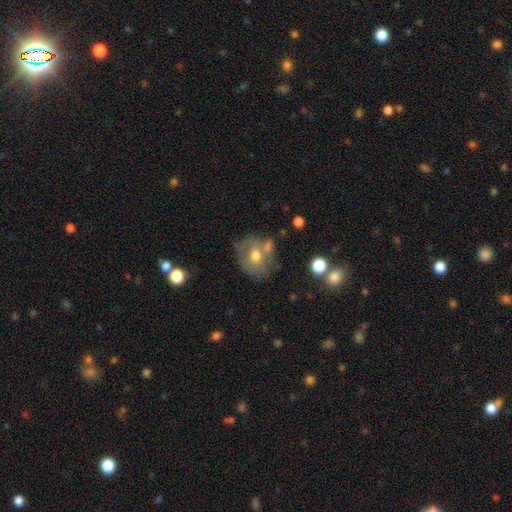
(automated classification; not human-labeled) Smooth or featured: smooth — 57% (featured or disk — 34%)
How rounded: round — 65% (in between — 34%)
Merging: none — 50% (minor disturbance — 21%)